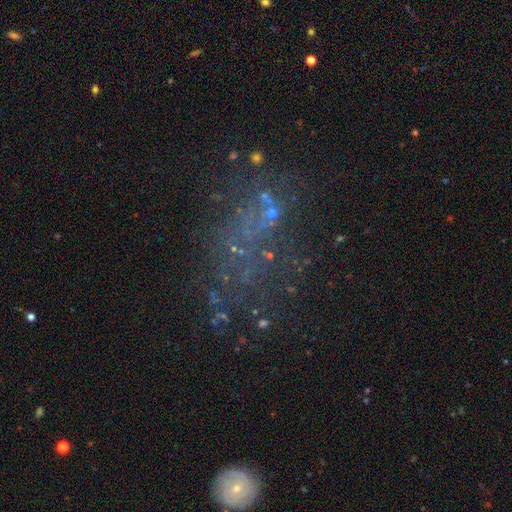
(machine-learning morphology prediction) featured or disk 40%, star or artifact 38%, smooth 22%. Down the decision tree: merging — none (51%).